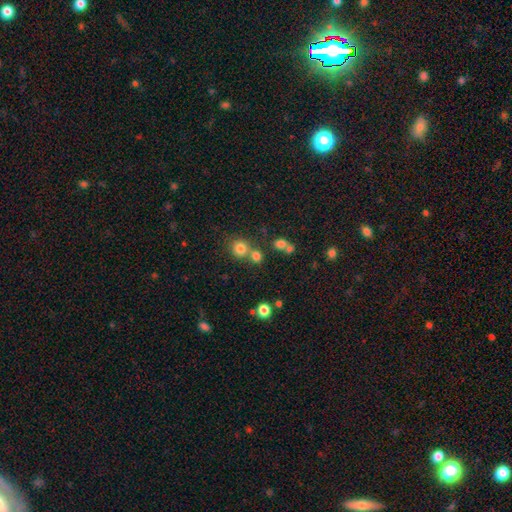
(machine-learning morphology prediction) A smooth galaxy with no disk features (75%) that is round (83%).

Vote fractions:
- Smooth or featured? smooth: 75% / star or artifact: 17% / featured or disk: 8%
- How rounded? round: 83% / in between: 16% / cigar-shaped: 1%
- Merging? none: 57% / merger: 32% / minor disturbance: 7% / major disturbance: 3%